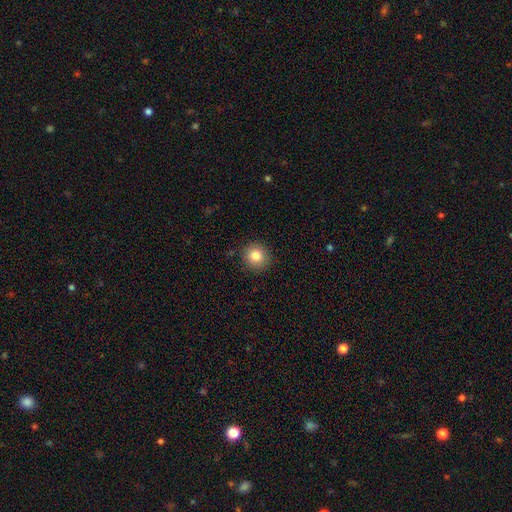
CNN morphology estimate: Smooth or featured? smooth (83%)
How rounded? round (92%)
Merging? none (90%)